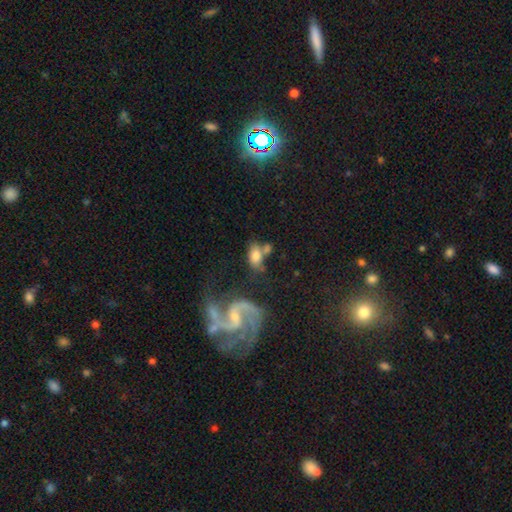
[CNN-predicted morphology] Overall: smooth (61%; featured or disk 29%). How rounded: in between (85%). Merging: none (42%; merger 29%).